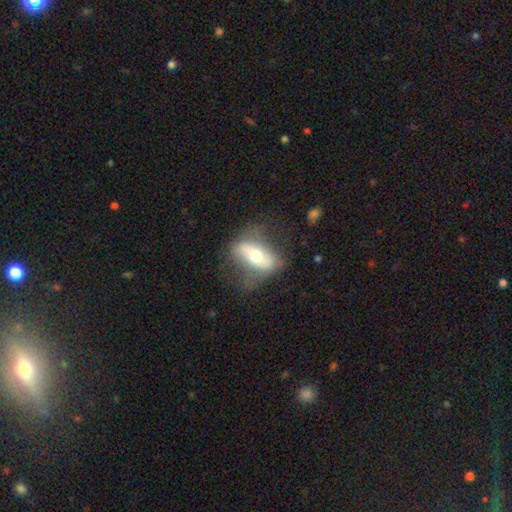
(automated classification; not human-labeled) This is possibly a featured or disk galaxy (55%). It is likely not viewed edge-on (77%). Merging: possibly none (58%).